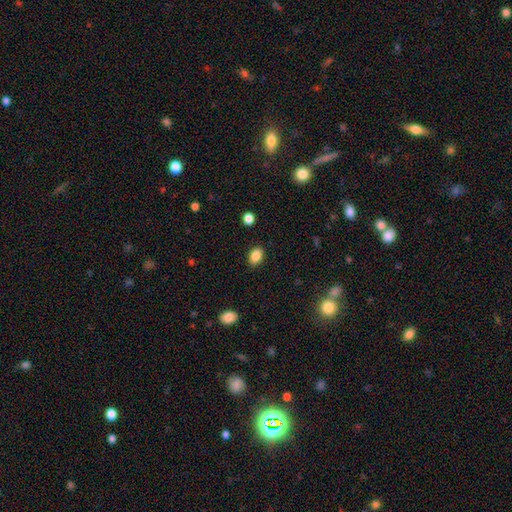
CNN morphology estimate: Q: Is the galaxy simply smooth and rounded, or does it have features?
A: smooth — 87%.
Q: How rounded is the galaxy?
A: in between — 84%.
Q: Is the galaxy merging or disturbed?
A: none — 87%.